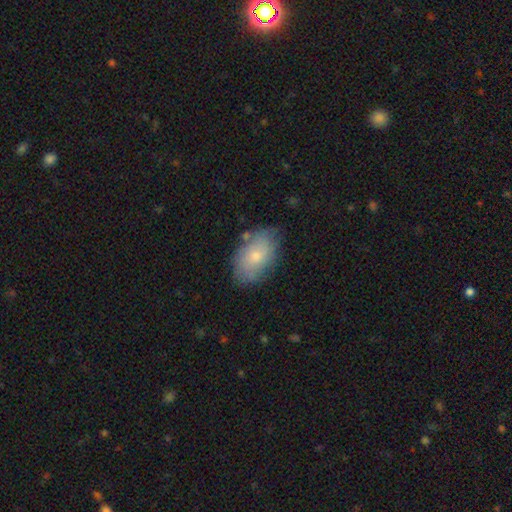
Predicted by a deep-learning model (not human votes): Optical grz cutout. It shows a smooth galaxy with no disk features (71%) that is in between round and cigar-shaped (91%). Merging: none (72%).